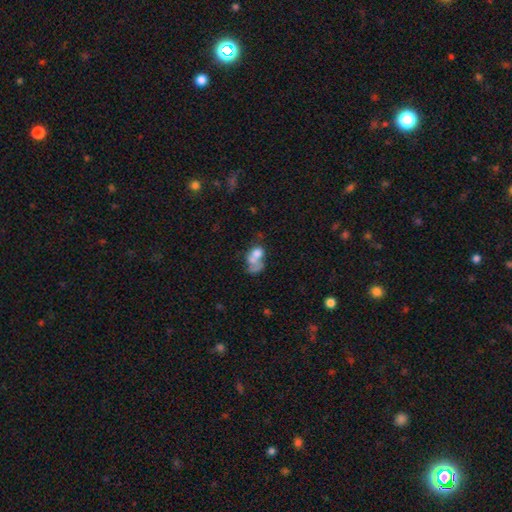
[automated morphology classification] type=smooth (57%); roundness=in between (73%); merging=merger (54%).